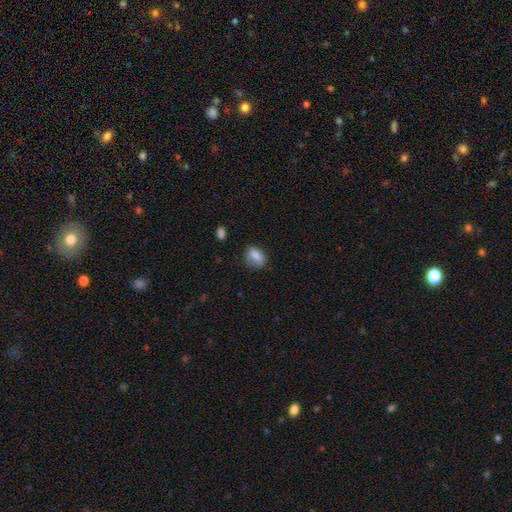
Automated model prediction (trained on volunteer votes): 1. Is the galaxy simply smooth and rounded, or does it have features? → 80% smooth, 11% featured or disk, 9% star or artifact.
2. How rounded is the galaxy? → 70% in between, 28% round, 2% cigar-shaped.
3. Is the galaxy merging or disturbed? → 66% none, 24% minor disturbance, 7% major disturbance, 2% merger.